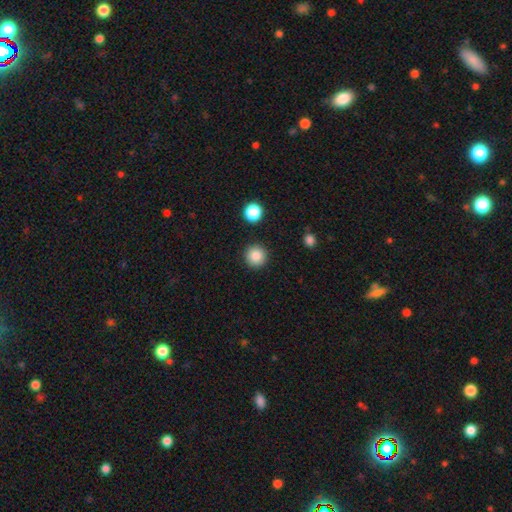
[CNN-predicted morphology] smooth_or_featured: smooth (p=0.86) [alt: star or artifact p=0.10]
how_rounded: round (p=0.96) [alt: in between p=0.03]
merging: none (p=0.91) [alt: minor disturbance p=0.05]